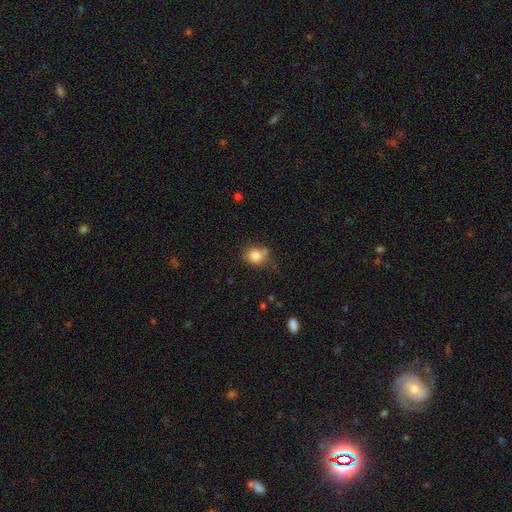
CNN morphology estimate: A smooth galaxy with no disk features (83%) that is round (72%). Merging: none (66%).